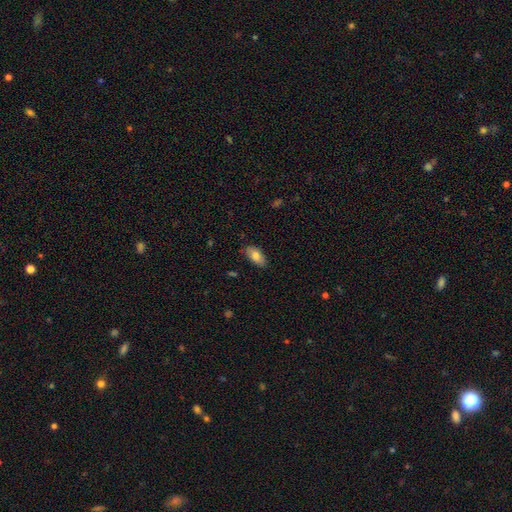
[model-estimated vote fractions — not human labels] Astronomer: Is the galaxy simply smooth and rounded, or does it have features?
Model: smooth — 78%.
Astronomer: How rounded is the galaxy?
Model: in between — 92%.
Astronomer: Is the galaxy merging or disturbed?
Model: none — 82%.